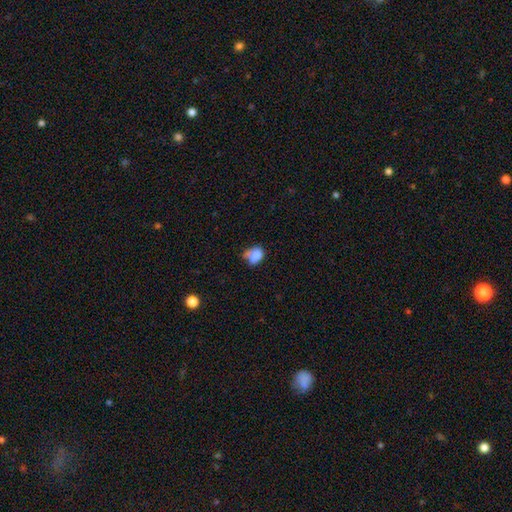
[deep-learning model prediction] Morphology: type=smooth (76%); roundness=in between (55%); merging=minor disturbance (37%).